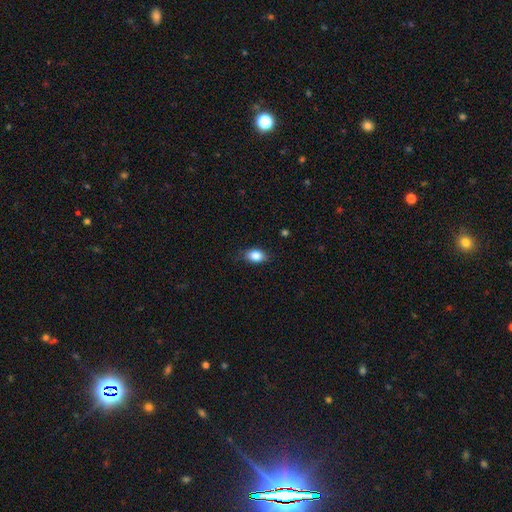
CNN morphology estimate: Smooth or featured?
  - smooth: 85% *
  - star or artifact: 8%
  - featured or disk: 7%
How rounded?
  - in between: 80% *
  - round: 18%
  - cigar-shaped: 2%
Merging?
  - none: 78% *
  - minor disturbance: 17%
  - major disturbance: 3%
  - merger: 1%